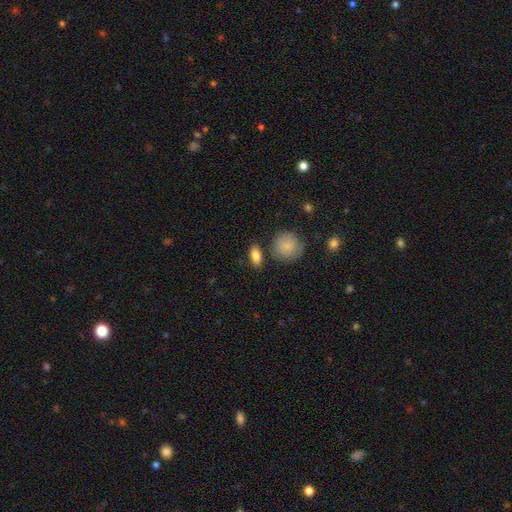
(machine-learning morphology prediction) smooth 83%, featured or disk 10%, star or artifact 8%. Down the decision tree: how rounded — in between (80%); merging — none (81%).